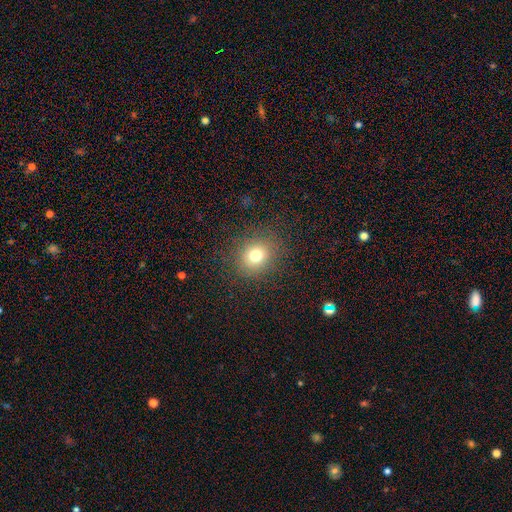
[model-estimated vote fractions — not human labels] Smooth or featured: smooth — 75% (star or artifact — 16%)
How rounded: round — 76% (in between — 23%)
Merging: none — 86% (minor disturbance — 9%)